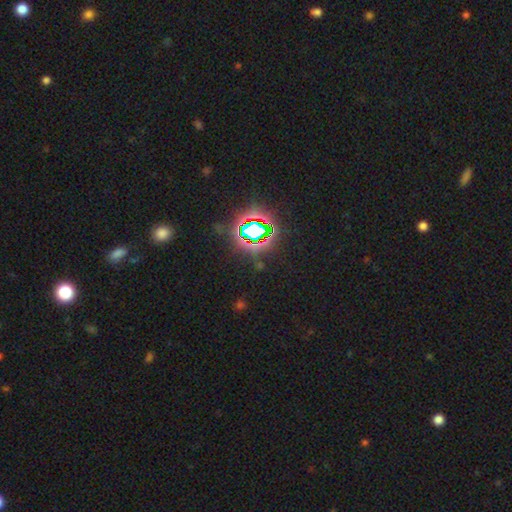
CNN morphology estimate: Q: Smooth or featured?
A: star or artifact (80%); runner-up: smooth (13%)